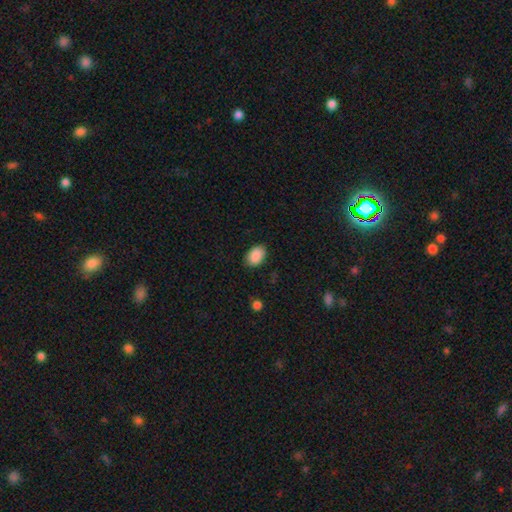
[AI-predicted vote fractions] smooth 90%, star or artifact 7%, featured or disk 3%. Down the decision tree: how rounded — in between (83%); merging — none (86%).